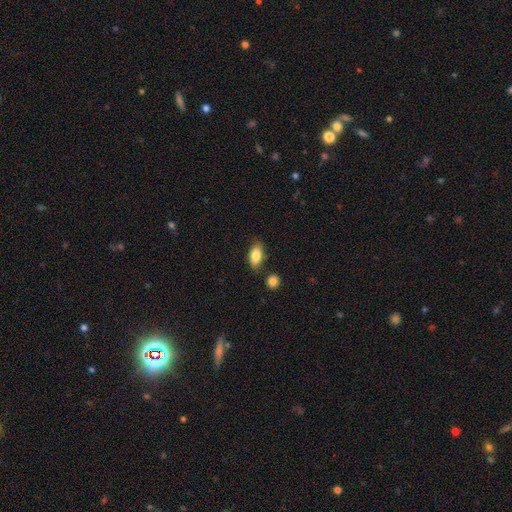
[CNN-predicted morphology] smooth-or-featured: smooth: 84% | featured or disk: 10% | star or artifact: 7%
  how-rounded: in between: 89% | cigar-shaped: 6% | round: 4%
  merging: none: 79% | minor disturbance: 13% | merger: 5% | major disturbance: 3%